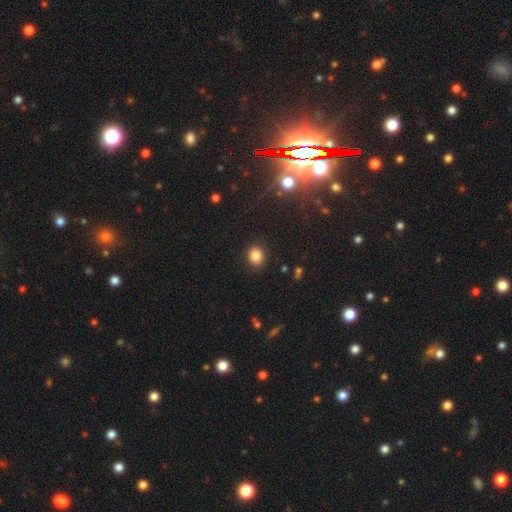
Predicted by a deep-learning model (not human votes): smooth_or_featured: smooth (p=0.82) [alt: star or artifact p=0.12]
how_rounded: round (p=0.74) [alt: in between p=0.25]
merging: none (p=0.89) [alt: minor disturbance p=0.08]